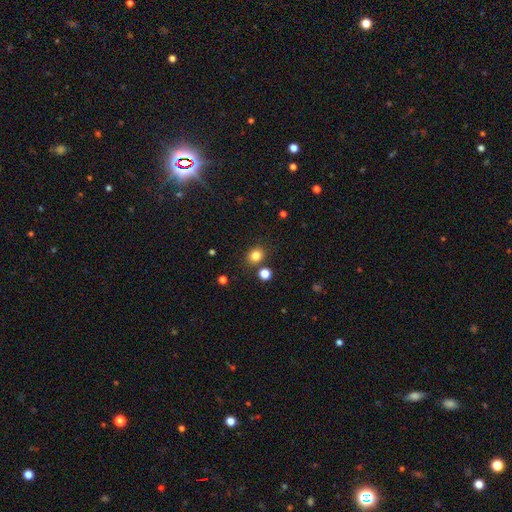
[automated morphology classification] type=smooth (81%); roundness=round (68%); merging=none (82%).